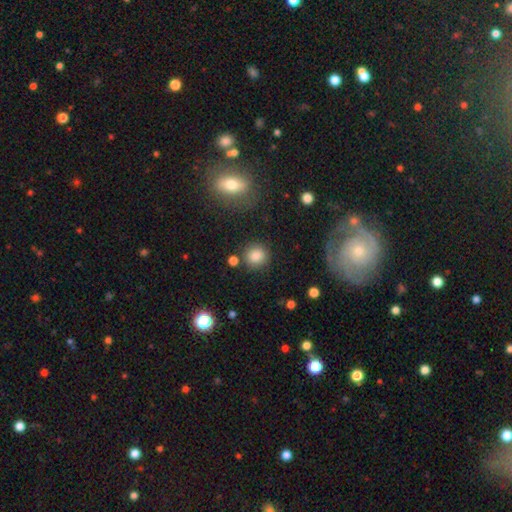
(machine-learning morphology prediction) Smooth or featured?
  - smooth: 84% *
  - star or artifact: 10%
  - featured or disk: 5%
How rounded?
  - round: 87% *
  - in between: 12%
  - cigar-shaped: 1%
Merging?
  - none: 83% *
  - minor disturbance: 9%
  - merger: 5%
  - major disturbance: 3%